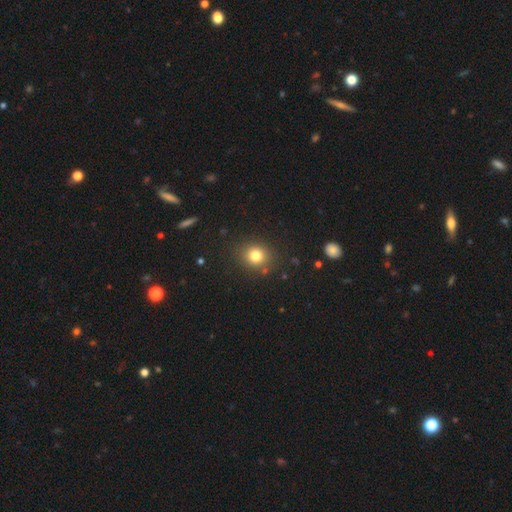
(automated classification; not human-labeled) A smooth galaxy with no disk features (80%) that is round (78%). Merging: none (85%).